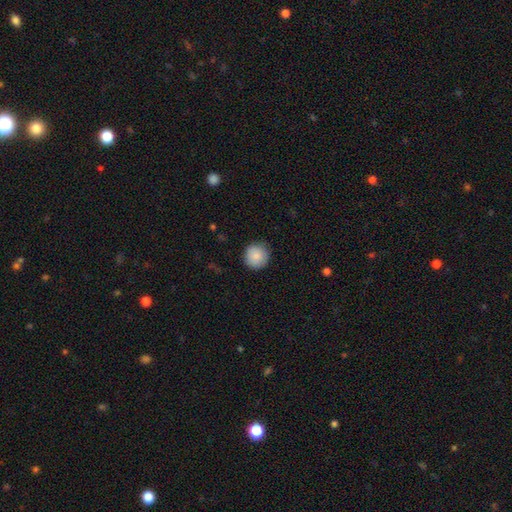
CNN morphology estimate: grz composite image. It shows a smooth galaxy with no disk features (86%) that is round (95%). Merging: none (88%).